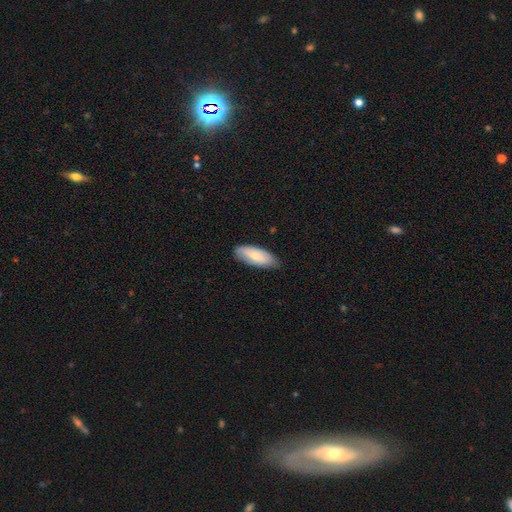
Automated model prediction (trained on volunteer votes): A smooth galaxy with no disk features (68%) that is in between round and cigar-shaped (82%).

Vote fractions:
- Smooth or featured? smooth: 68% / featured or disk: 27% / star or artifact: 6%
- How rounded? in between: 82% / cigar-shaped: 16% / round: 2%
- Merging? none: 76% / minor disturbance: 20% / major disturbance: 3% / merger: 1%